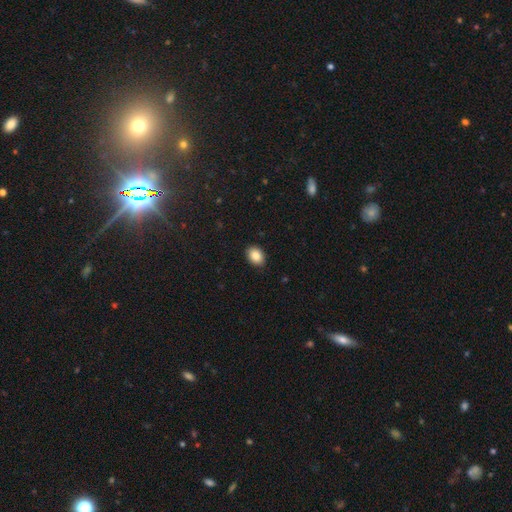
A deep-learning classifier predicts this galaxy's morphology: Smooth or featured? Predicted: smooth (p=0.88). How rounded? Predicted: in between (p=0.75). Merging? Predicted: none (p=0.90).